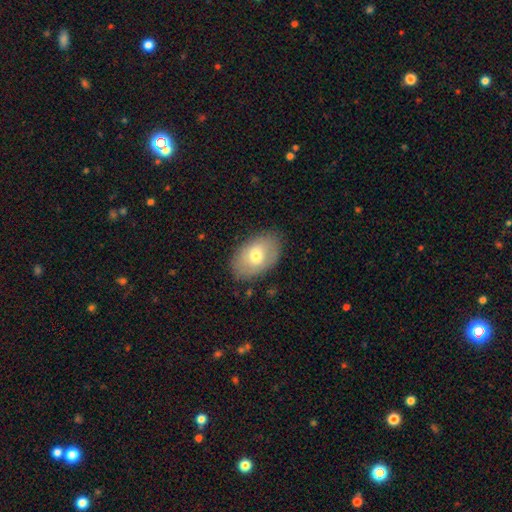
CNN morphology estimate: Overall: smooth (61%; featured or disk 33%). How rounded: in between (88%). Merging: none (81%).